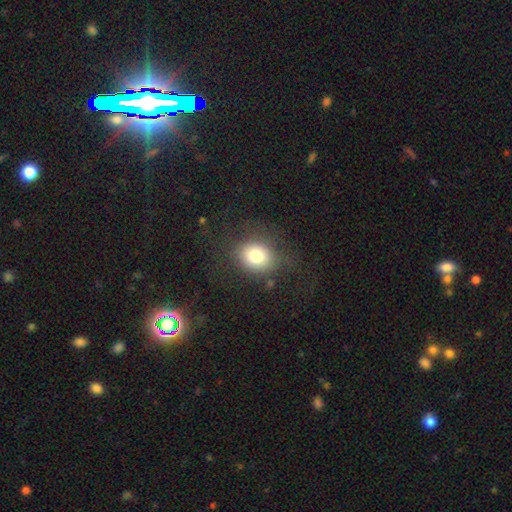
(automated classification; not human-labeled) Smooth or featured?
  - smooth: 77% *
  - star or artifact: 12%
  - featured or disk: 11%
How rounded?
  - round: 65% *
  - in between: 34%
  - cigar-shaped: 1%
Merging?
  - none: 76% *
  - minor disturbance: 13%
  - major disturbance: 9%
  - merger: 2%